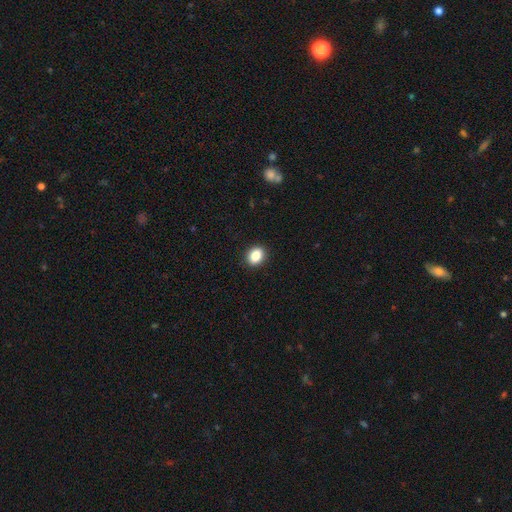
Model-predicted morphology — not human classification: This is clearly a smooth galaxy (86%). How rounded: likely in between (61%). Merging: clearly none (91%).